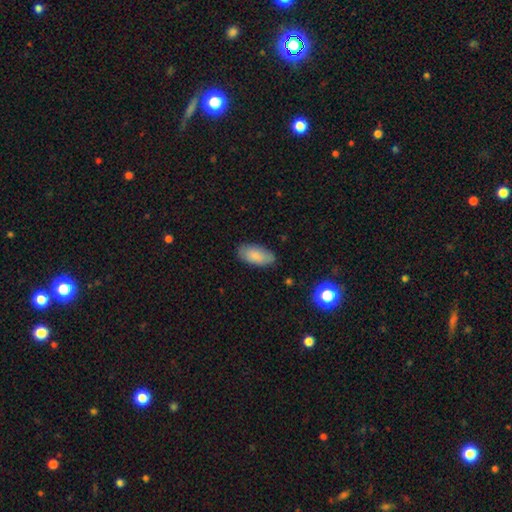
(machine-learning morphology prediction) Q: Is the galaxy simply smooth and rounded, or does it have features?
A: smooth — 82%.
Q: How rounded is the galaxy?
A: in between — 92%.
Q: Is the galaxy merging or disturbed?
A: none — 82%.